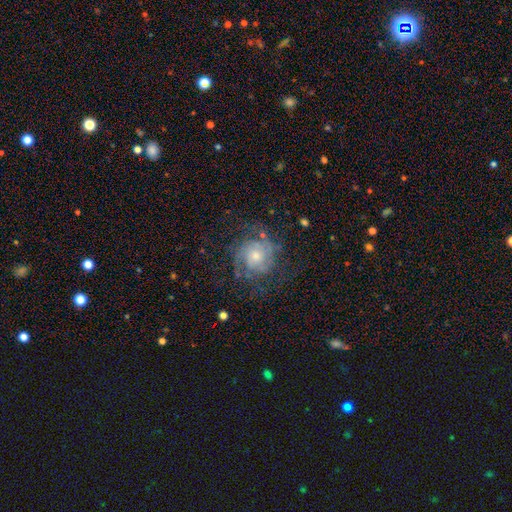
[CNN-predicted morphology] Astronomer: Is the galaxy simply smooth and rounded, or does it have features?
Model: featured or disk — 77%.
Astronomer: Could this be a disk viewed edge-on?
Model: no — 98%.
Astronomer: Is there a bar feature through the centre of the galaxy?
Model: no — 75%.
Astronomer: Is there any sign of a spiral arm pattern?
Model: yes — 91%.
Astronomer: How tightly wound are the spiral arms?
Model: tight — 54% (runner-up: medium, 35%).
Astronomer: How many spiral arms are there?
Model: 2 — 37% (runner-up: can't tell, 30%).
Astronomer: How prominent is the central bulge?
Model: moderate — 48% (runner-up: small, 43%).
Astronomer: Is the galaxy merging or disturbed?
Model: none — 64%.